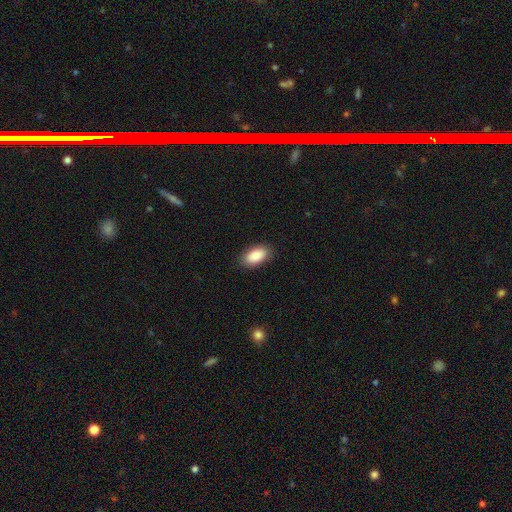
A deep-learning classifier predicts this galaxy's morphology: Smooth or featured?
  - smooth: 88% *
  - star or artifact: 6%
  - featured or disk: 6%
How rounded?
  - in between: 94% *
  - round: 3%
  - cigar-shaped: 3%
Merging?
  - none: 87% *
  - minor disturbance: 10%
  - major disturbance: 2%
  - merger: 1%